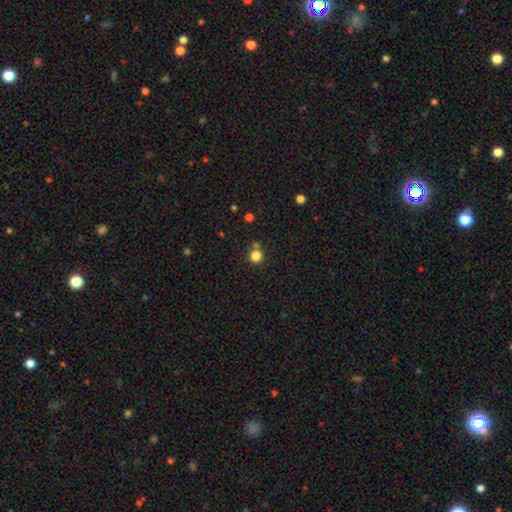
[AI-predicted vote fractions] Morphology: type=smooth (82%); roundness=round (93%); merging=none (74%).